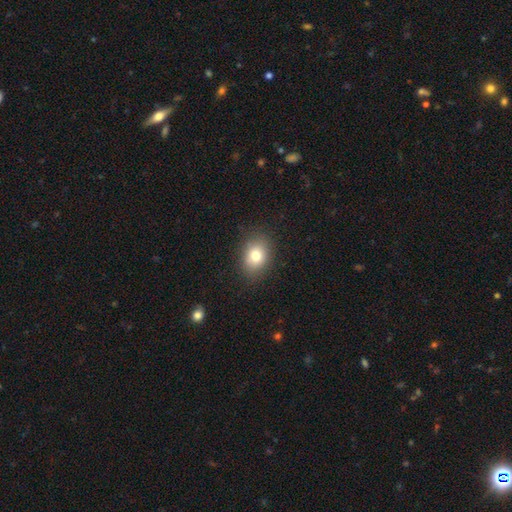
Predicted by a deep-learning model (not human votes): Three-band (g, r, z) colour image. It shows a smooth galaxy with no disk features (78%) that is in between round and cigar-shaped (61%). Merging: none (86%).